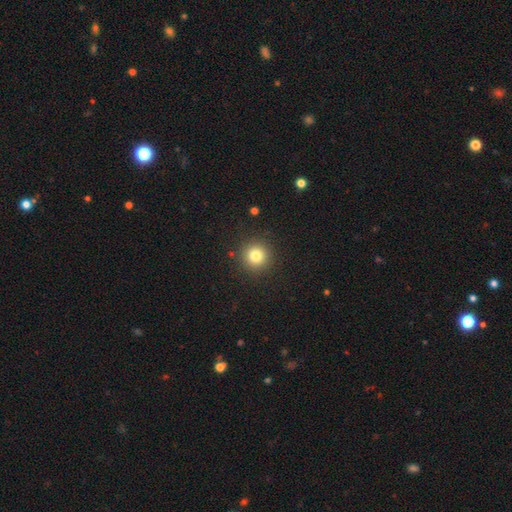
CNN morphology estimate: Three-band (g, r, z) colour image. It shows a smooth galaxy with no disk features (80%) that is round (95%). Merging: none (91%).